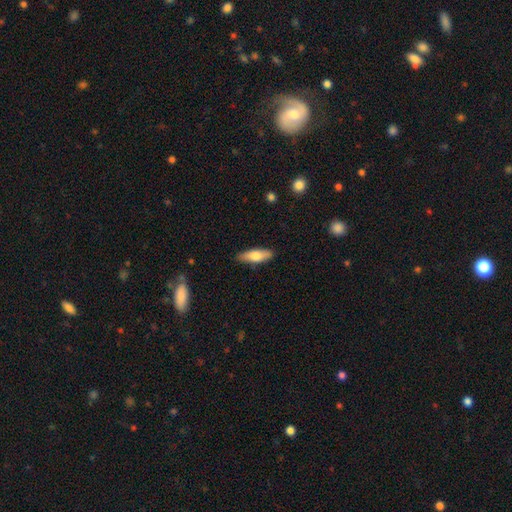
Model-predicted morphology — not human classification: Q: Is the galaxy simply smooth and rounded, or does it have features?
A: smooth — 71%.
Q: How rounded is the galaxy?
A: cigar-shaped — 49%.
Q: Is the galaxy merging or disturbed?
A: none — 86%.